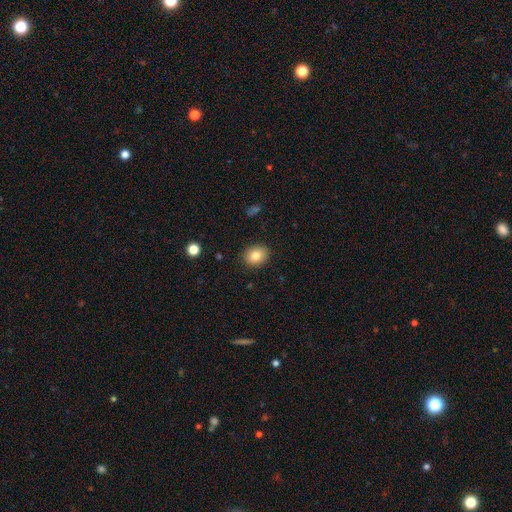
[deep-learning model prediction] smooth-or-featured: smooth: 82% | star or artifact: 9% | featured or disk: 9%
  how-rounded: round: 50% | in between: 49% | cigar-shaped: 1%
  merging: none: 89% | minor disturbance: 8% | major disturbance: 2% | merger: 1%